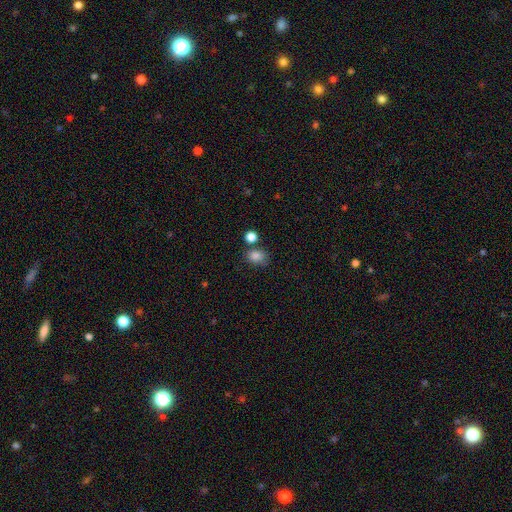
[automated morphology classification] A smooth galaxy with no disk features (82%) that is in between round and cigar-shaped (56%). Merging: none (64%).